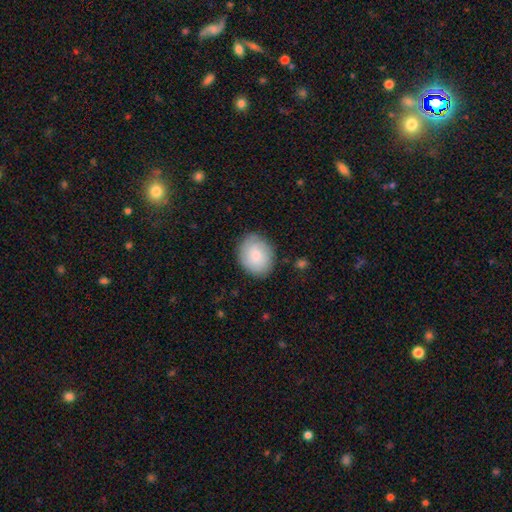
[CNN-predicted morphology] This is likely a smooth galaxy (72%). How rounded: possibly round (53%). Merging: clearly none (82%).